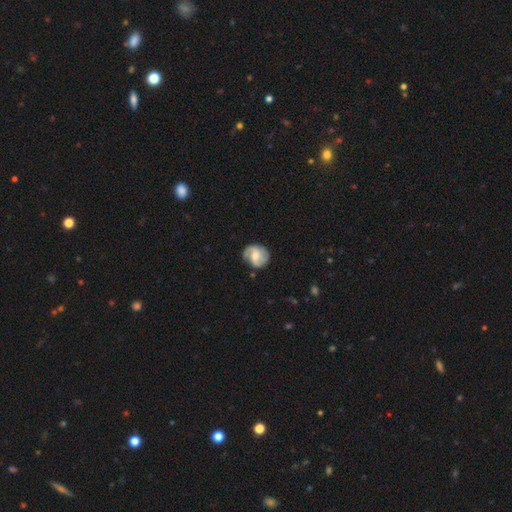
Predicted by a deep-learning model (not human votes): Smooth or featured?
  - featured or disk: 67% *
  - smooth: 26%
  - star or artifact: 6%
Edge-on disk?
  - no: 98% *
  - yes: 2%
Bar?
  - no: 48% *
  - weak: 41%
  - strong: 11%
Spiral arms?
  - yes: 91% *
  - no: 9%
Spiral winding?
  - medium: 45% *
  - tight: 32%
  - loose: 24%
Spiral arm count?
  - 2: 64% *
  - 3: 14%
  - can't tell: 12%
  - 1: 6%
  - 4: 2%
  - more than 4: 2%
Bulge size?
  - moderate: 57% *
  - small: 35%
  - large: 4%
  - none: 3%
  - dominant: 1%
Merging?
  - none: 71% *
  - minor disturbance: 20%
  - major disturbance: 7%
  - merger: 2%